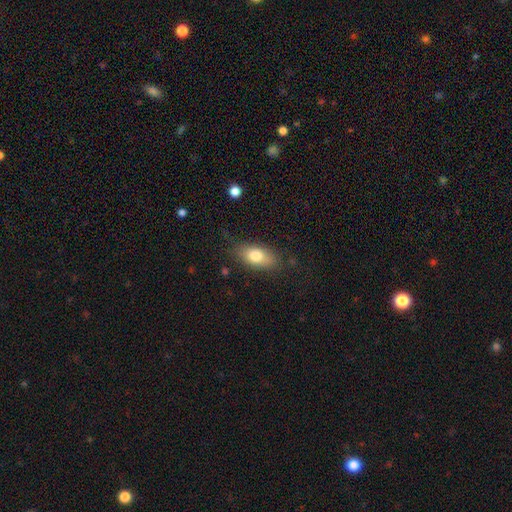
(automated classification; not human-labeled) Morphology: type=smooth (77%); roundness=in between (87%); merging=none (80%).